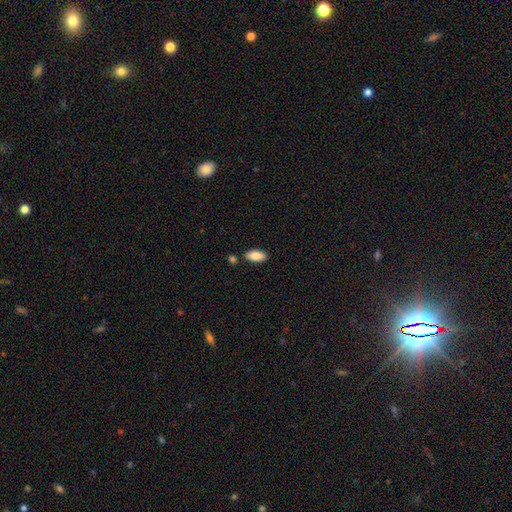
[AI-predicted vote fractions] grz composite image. It shows a smooth galaxy with no disk features (87%) that is in between round and cigar-shaped (91%). Merging: none (83%).